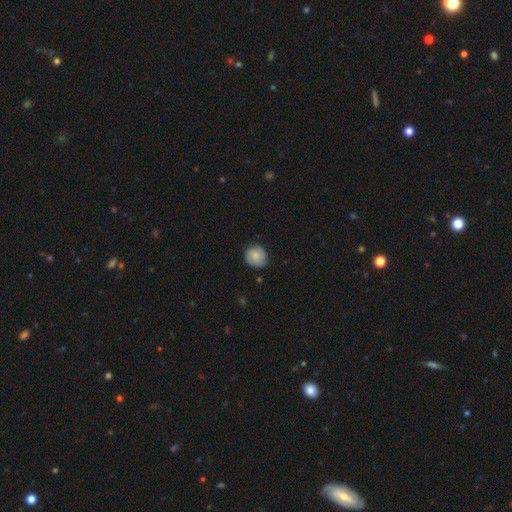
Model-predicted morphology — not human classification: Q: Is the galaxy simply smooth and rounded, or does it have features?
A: smooth — 68%.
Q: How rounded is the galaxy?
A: round — 86%.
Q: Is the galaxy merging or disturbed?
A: none — 77%.